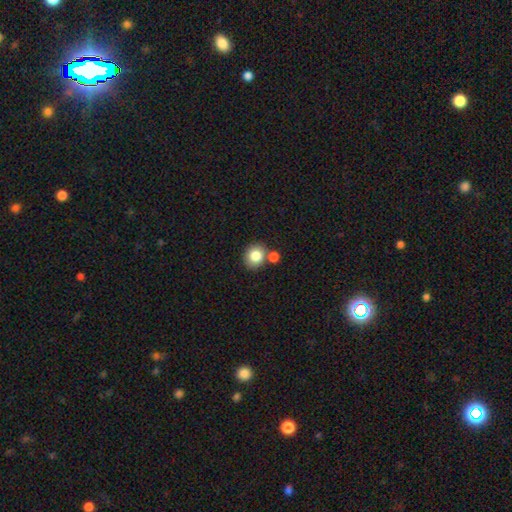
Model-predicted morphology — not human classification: smooth-or-featured: smooth: 82% | star or artifact: 10% | featured or disk: 8%
  how-rounded: round: 80% | in between: 19% | cigar-shaped: 1%
  merging: none: 67% | merger: 20% | minor disturbance: 10% | major disturbance: 3%